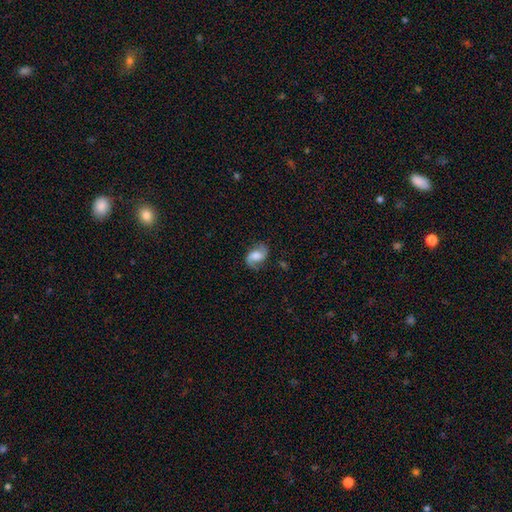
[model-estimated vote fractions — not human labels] smooth_or_featured: featured or disk (p=0.65) [alt: smooth p=0.27]
disk_edge_on: no (p=0.97) [alt: yes p=0.03]
bar: no (p=0.48) [alt: weak p=0.41]
has_spiral_arms: yes (p=0.93) [alt: no p=0.07]
spiral_winding: loose (p=0.53) [alt: medium p=0.36]
spiral_arm_count: 2 (p=0.88) [alt: 1 p=0.05]
bulge_size: large (p=0.36) [alt: moderate p=0.35]
merging: none (p=0.73) [alt: minor disturbance p=0.18]